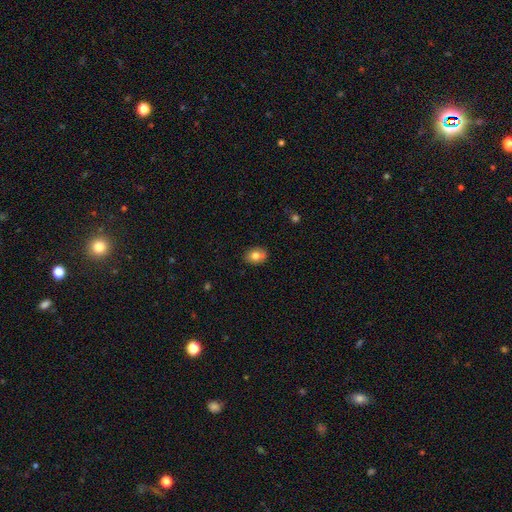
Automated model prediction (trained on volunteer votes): This appears to be a smooth galaxy with no disk features (77%) that is in between round and cigar-shaped (63%). Merging: none (78%).